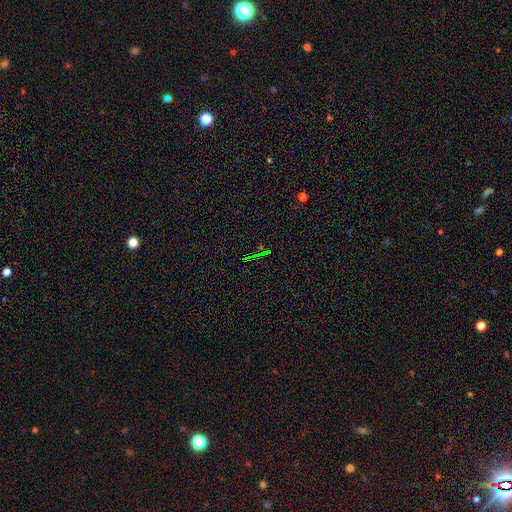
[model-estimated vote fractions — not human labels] smooth-or-featured: star or artifact: 74% | smooth: 14% | featured or disk: 12%